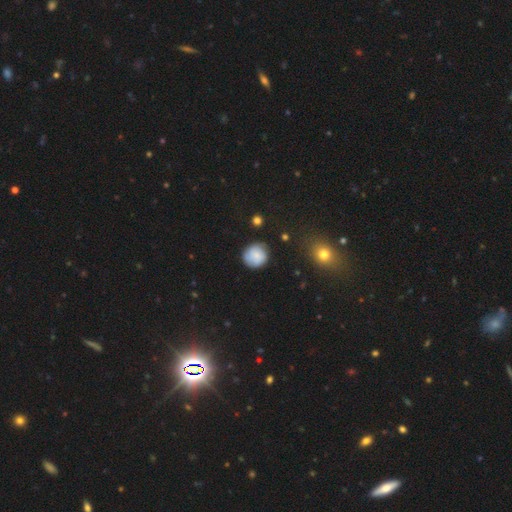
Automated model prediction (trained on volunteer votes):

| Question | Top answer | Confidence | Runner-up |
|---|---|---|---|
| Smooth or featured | smooth | 75% | featured or disk (17%) |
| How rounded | round | 88% | in between (11%) |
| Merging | none | 79% | minor disturbance (16%) |